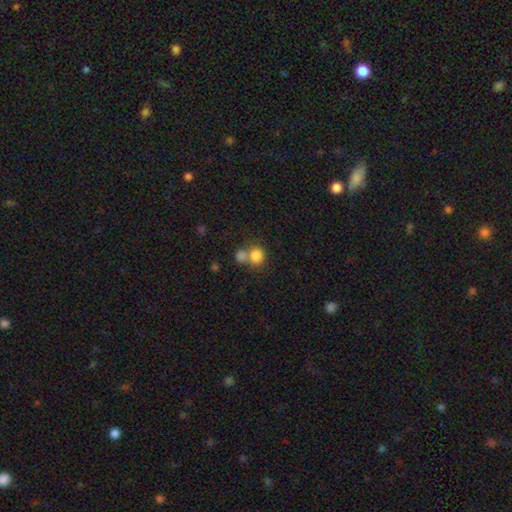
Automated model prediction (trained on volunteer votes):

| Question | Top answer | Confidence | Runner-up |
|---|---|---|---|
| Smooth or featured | smooth | 82% | star or artifact (11%) |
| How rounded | round | 82% | in between (17%) |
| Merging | none | 48% | merger (41%) |